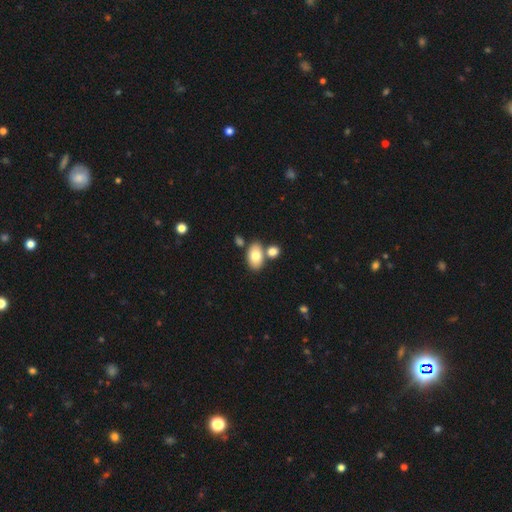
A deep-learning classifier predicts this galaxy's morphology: Overall: smooth (78%). How rounded: in between (90%). Merging: none (62%; merger 24%).